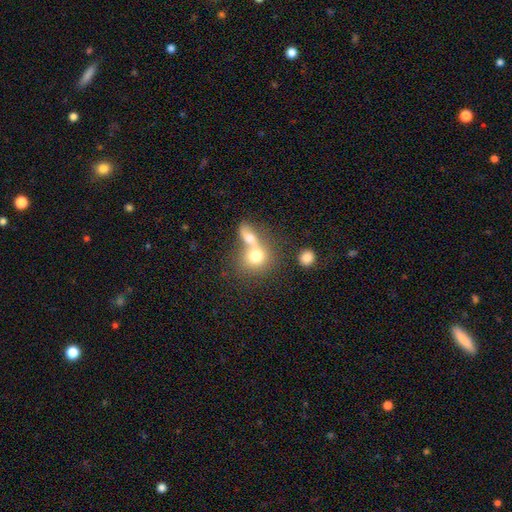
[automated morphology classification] A smooth galaxy with no disk features (72%) that is round (68%).

Vote fractions:
- Smooth or featured? smooth: 72% / featured or disk: 19% / star or artifact: 10%
- How rounded? round: 68% / in between: 29% / cigar-shaped: 2%
- Merging? merger: 66% / none: 23% / minor disturbance: 6% / major disturbance: 5%